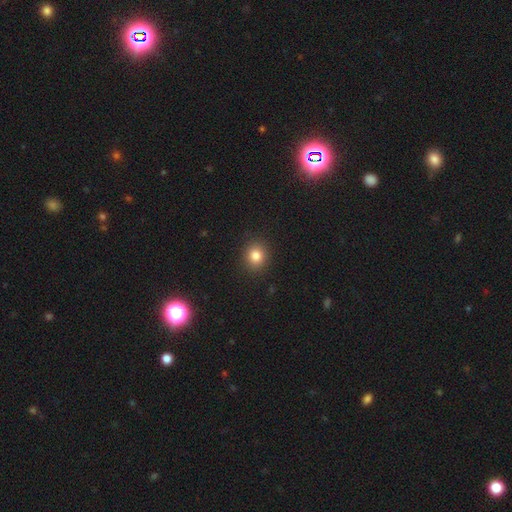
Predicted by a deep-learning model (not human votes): Smooth or featured? Predicted: smooth (p=0.83). How rounded? Predicted: round (p=0.77). Merging? Predicted: none (p=0.90).